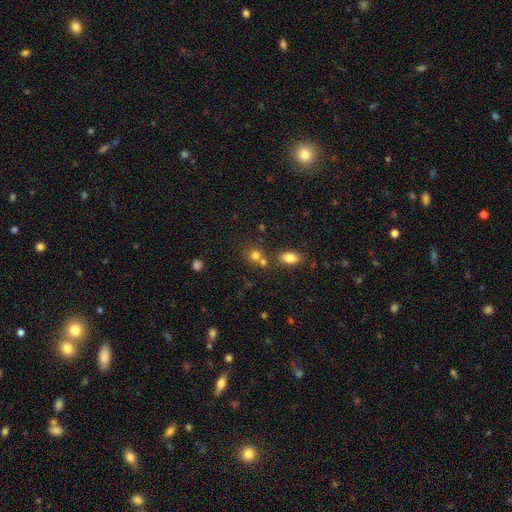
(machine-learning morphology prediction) A smooth galaxy with no disk features (77%) that is round (76%). Merging: none (56%).